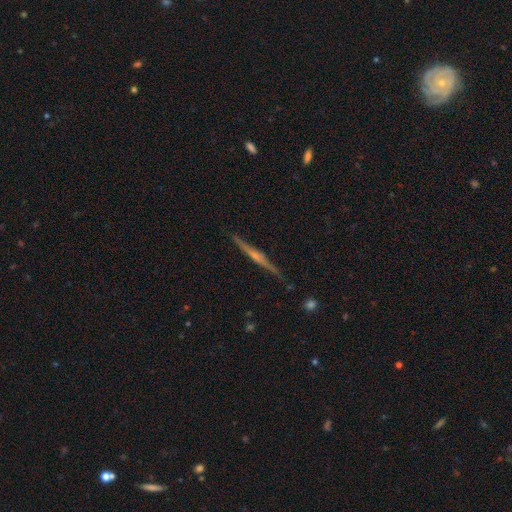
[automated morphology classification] featured or disk 78%, smooth 16%, star or artifact 6%. Down the decision tree: edge-on disk — yes (98%); edge-on bulge — rounded (66%); merging — none (89%).